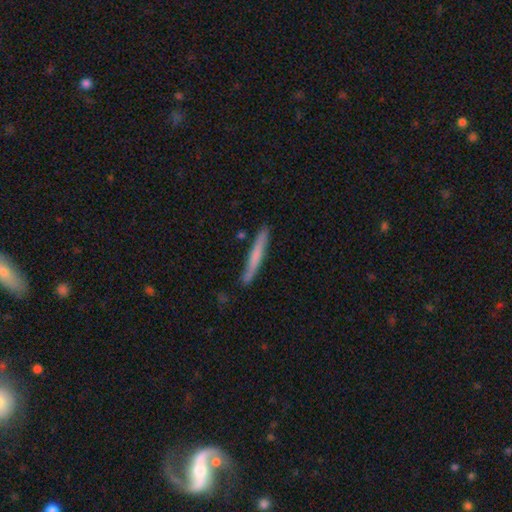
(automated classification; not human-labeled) A smooth galaxy with no disk features (61%) that is cigar-shaped (96%). Merging: none (85%).